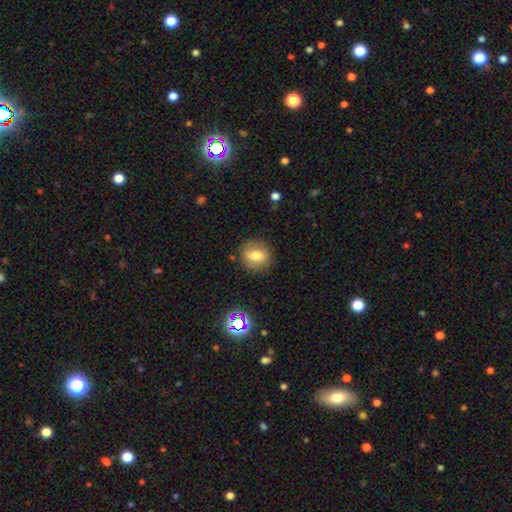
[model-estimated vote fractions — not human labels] This is likely a smooth galaxy (70%). How rounded: likely round (71%). Merging: clearly none (86%).